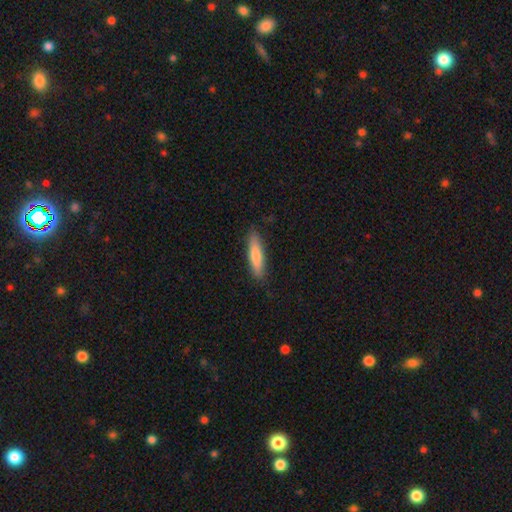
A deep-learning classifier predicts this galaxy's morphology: Smooth or featured?
  - smooth: 77% *
  - featured or disk: 18%
  - star or artifact: 5%
How rounded?
  - cigar-shaped: 81% *
  - in between: 17%
  - round: 1%
Merging?
  - none: 86% *
  - minor disturbance: 11%
  - major disturbance: 2%
  - merger: 1%